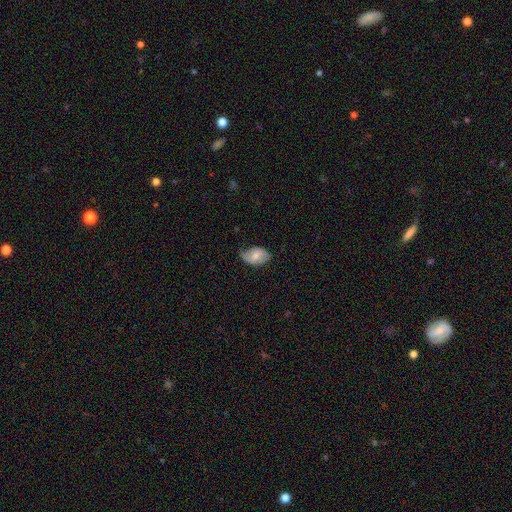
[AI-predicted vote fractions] Smooth or featured?
  - smooth: 53% *
  - featured or disk: 40%
  - star or artifact: 7%
How rounded?
  - in between: 88% *
  - round: 10%
  - cigar-shaped: 1%
Merging?
  - none: 56% *
  - minor disturbance: 34%
  - major disturbance: 9%
  - merger: 1%